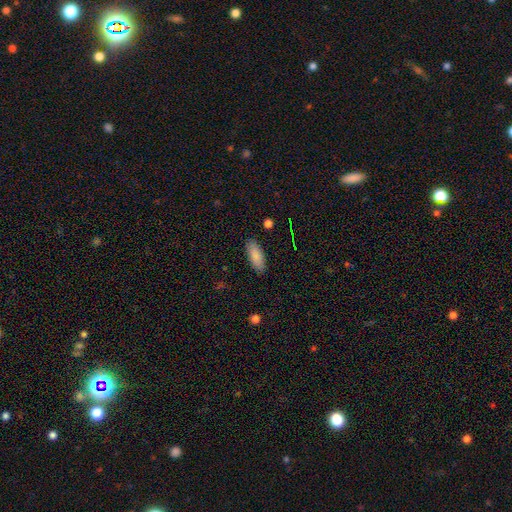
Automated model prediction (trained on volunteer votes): The model was most divided on "how rounded": in between: 75%, cigar-shaped: 23%, round: 2%. More confident: merging — none (88%); smooth or featured — smooth (85%).